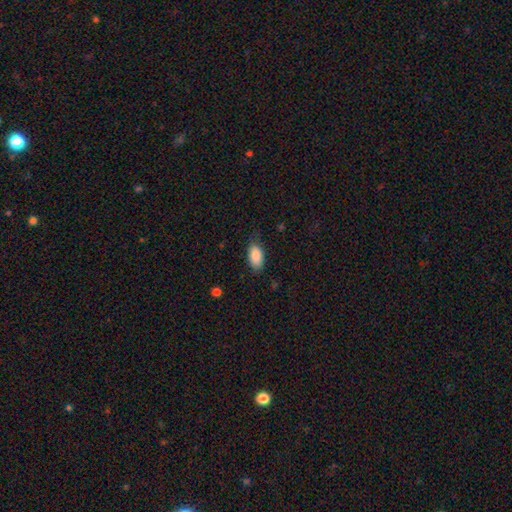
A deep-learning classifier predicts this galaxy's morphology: This is clearly a smooth galaxy (88%). How rounded: clearly in between (93%). Merging: likely none (75%).